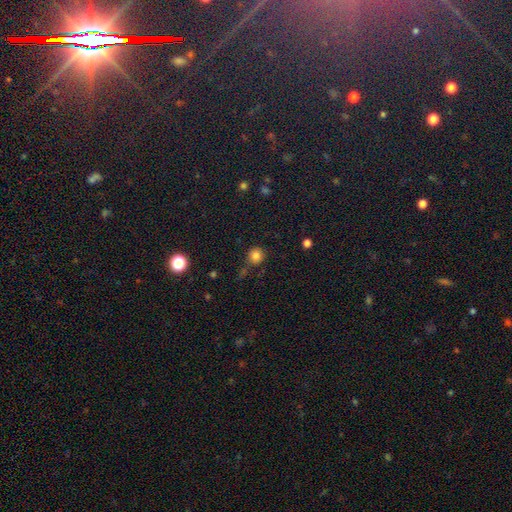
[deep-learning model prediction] Morphology: type=smooth (81%); roundness=round (90%); merging=none (78%).